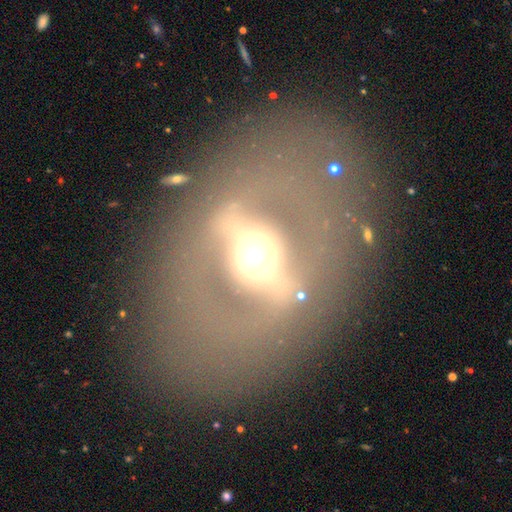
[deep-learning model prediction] Smooth or featured?
  - featured or disk: 78% *
  - smooth: 13%
  - star or artifact: 9%
Edge-on disk?
  - no: 65% *
  - yes: 35%
Bar?
  - strong: 79% *
  - weak: 13%
  - no: 8%
Spiral arms?
  - no: 82% *
  - yes: 18%
Bulge size?
  - moderate: 57% *
  - large: 29%
  - small: 7%
  - dominant: 6%
  - none: 1%
Merging?
  - none: 80% *
  - minor disturbance: 10%
  - major disturbance: 8%
  - merger: 2%